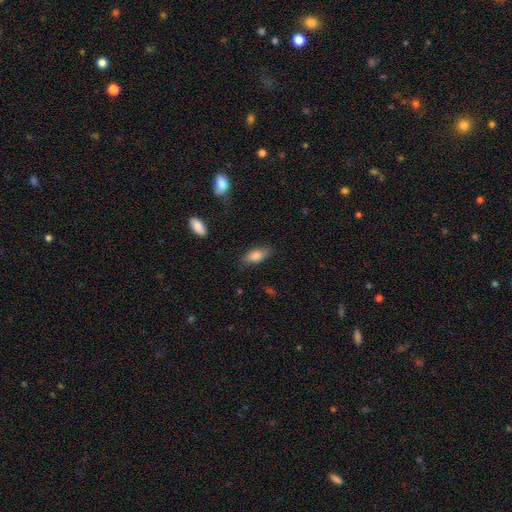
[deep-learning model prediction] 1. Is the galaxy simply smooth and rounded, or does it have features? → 83% smooth, 10% featured or disk, 7% star or artifact.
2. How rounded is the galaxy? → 87% in between, 10% cigar-shaped, 3% round.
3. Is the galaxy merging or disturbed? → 79% none, 15% minor disturbance, 4% major disturbance, 1% merger.